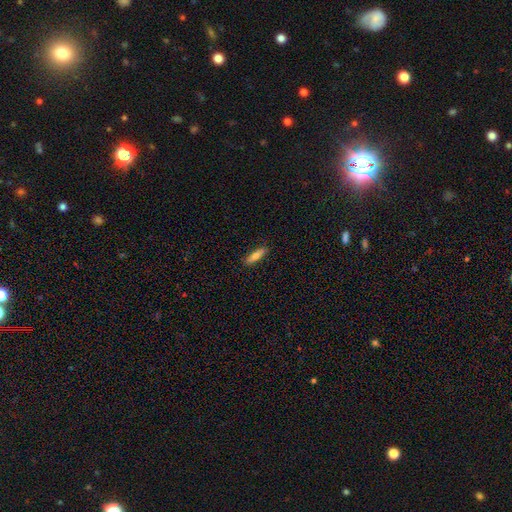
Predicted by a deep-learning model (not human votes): Smooth or featured? Predicted: smooth (p=0.69). How rounded? Predicted: cigar-shaped (p=0.65). Merging? Predicted: none (p=0.87).